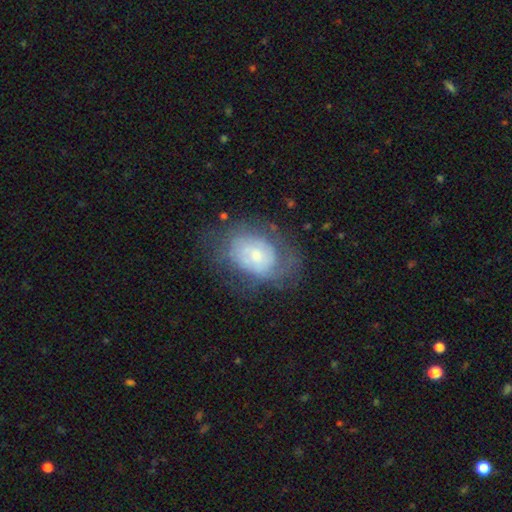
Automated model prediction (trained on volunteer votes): Morphology: type=featured or disk (55%); edge-on=no (96%); bar=no (78%); spiral arms=yes (63%); bulge=small (50%); merging=none (55%).